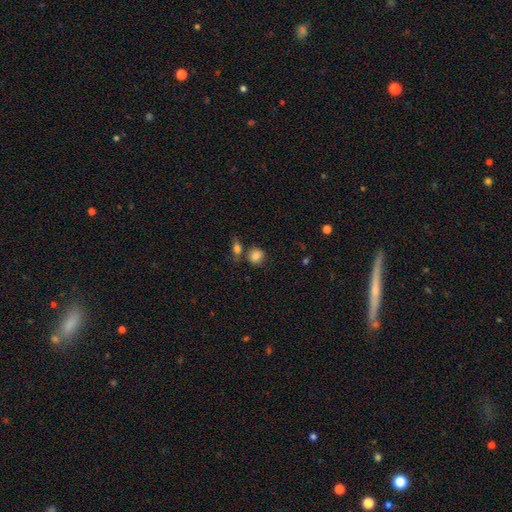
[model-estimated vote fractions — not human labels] This is clearly a smooth galaxy (83%). How rounded: likely round (71%). Merging: likely none (66%).